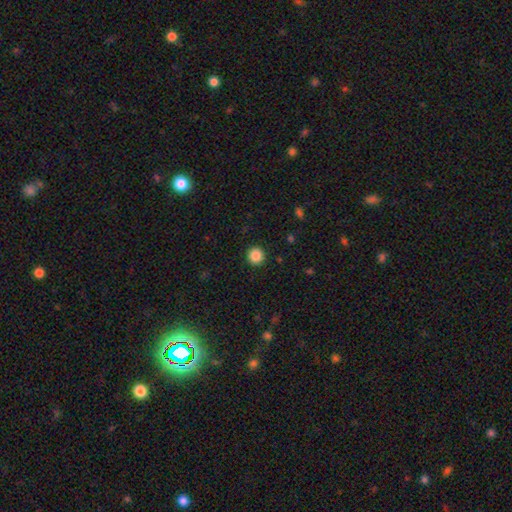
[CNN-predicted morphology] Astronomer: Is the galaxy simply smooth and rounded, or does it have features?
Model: smooth — 87%.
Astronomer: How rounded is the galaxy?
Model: round — 95%.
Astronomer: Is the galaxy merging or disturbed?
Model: none — 92%.